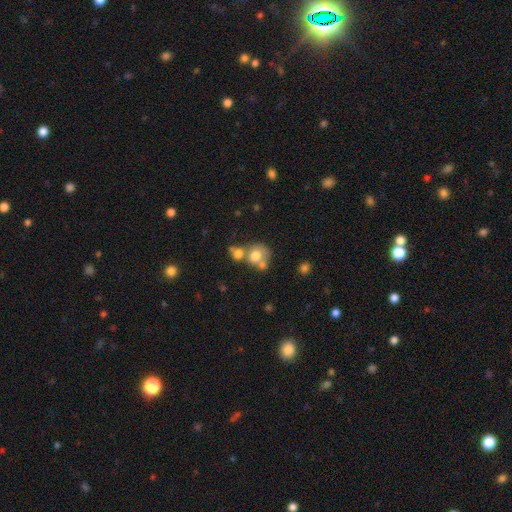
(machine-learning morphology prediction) Smooth or featured? smooth (66%)
How rounded? round (61%)
Merging? merger (58%)